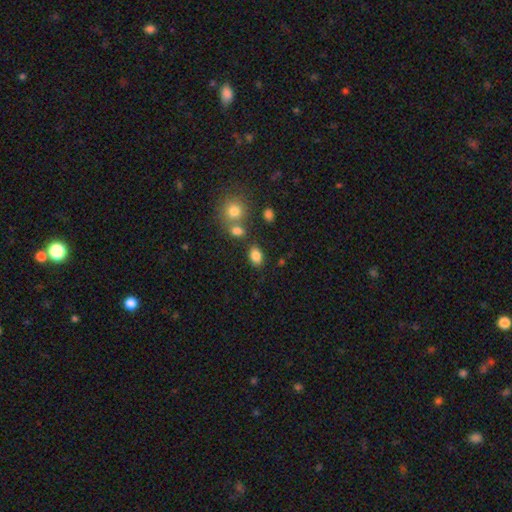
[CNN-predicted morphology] type=smooth (83%); roundness=in between (81%); merging=none (76%).